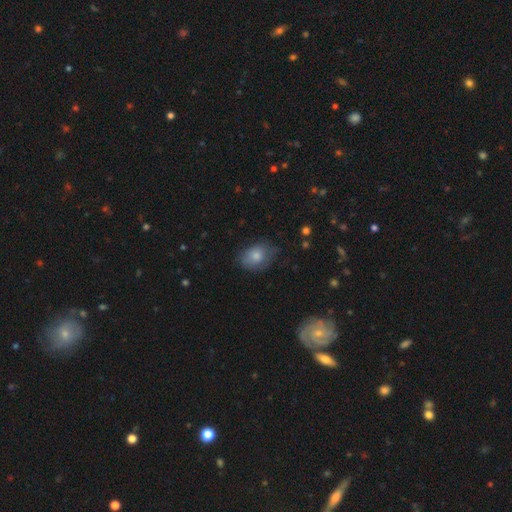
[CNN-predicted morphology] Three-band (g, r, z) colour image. It shows a smooth galaxy with no disk features (78%) that is in between round and cigar-shaped (72%). Merging: none (57%).